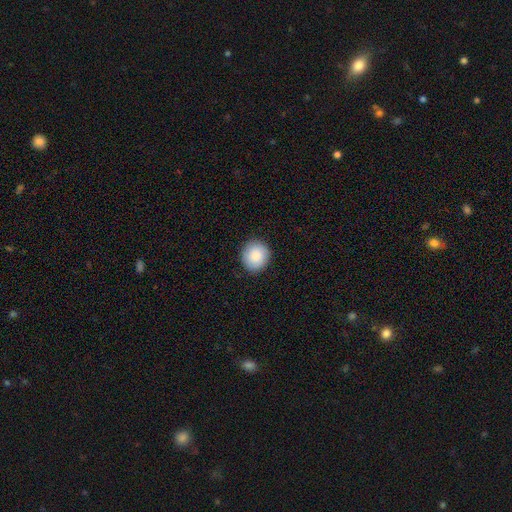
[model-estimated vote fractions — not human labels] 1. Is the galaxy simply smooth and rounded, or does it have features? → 86% smooth, 7% star or artifact, 7% featured or disk.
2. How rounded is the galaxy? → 87% round, 12% in between, 1% cigar-shaped.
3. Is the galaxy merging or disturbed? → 89% none, 8% minor disturbance, 2% major disturbance, 1% merger.